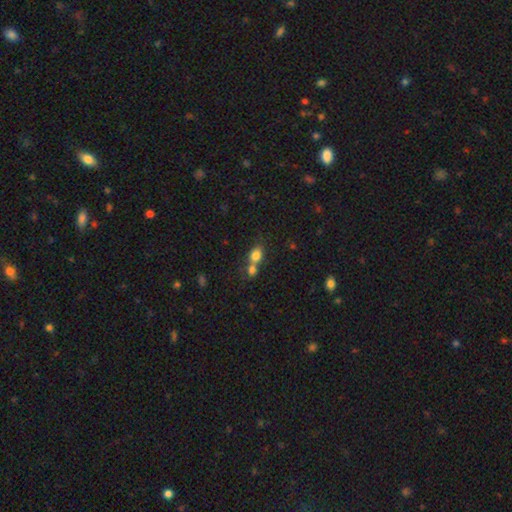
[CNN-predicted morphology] Smooth or featured: smooth — 79% (star or artifact — 11%)
How rounded: in between — 60% (round — 38%)
Merging: merger — 54% (none — 33%)